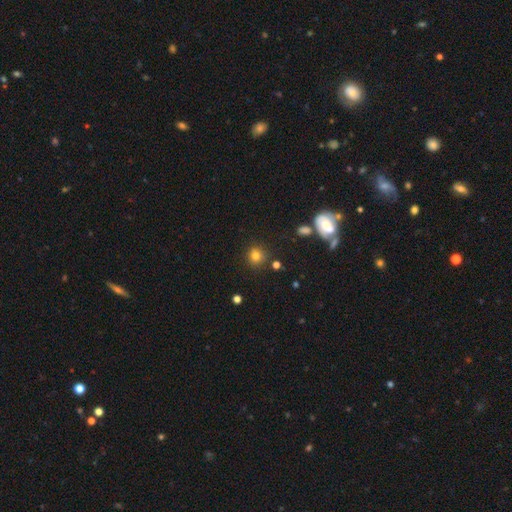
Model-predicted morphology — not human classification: Overall: smooth (78%). How rounded: round (88%). Merging: none (83%).